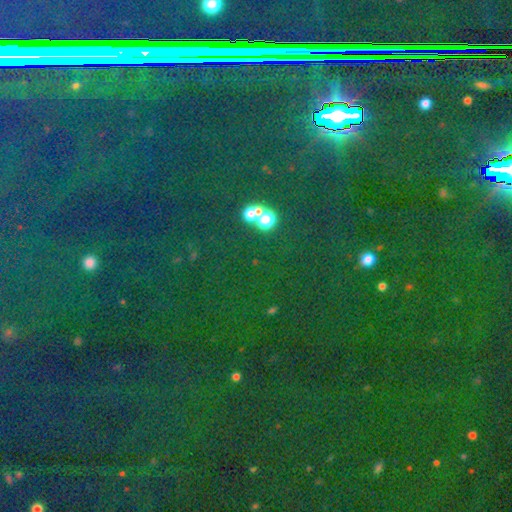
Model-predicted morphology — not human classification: Overall: star or artifact (81%).